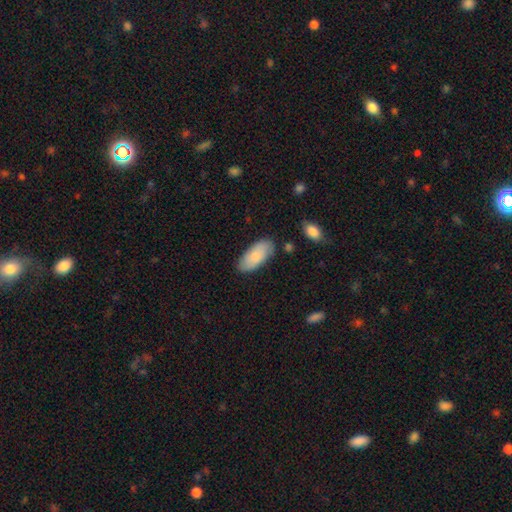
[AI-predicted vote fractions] This is clearly a smooth galaxy (81%). How rounded: clearly in between (91%). Merging: likely none (79%).